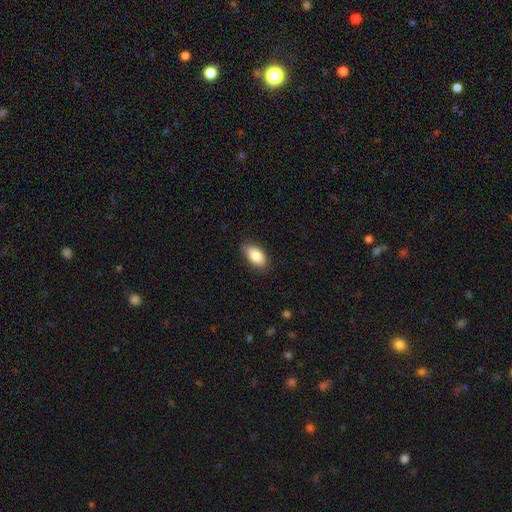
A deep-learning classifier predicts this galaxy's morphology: The model was most divided on "merging": none: 83%, minor disturbance: 14%, major disturbance: 3%, merger: 1%. More confident: how rounded — in between (93%); smooth or featured — smooth (86%).